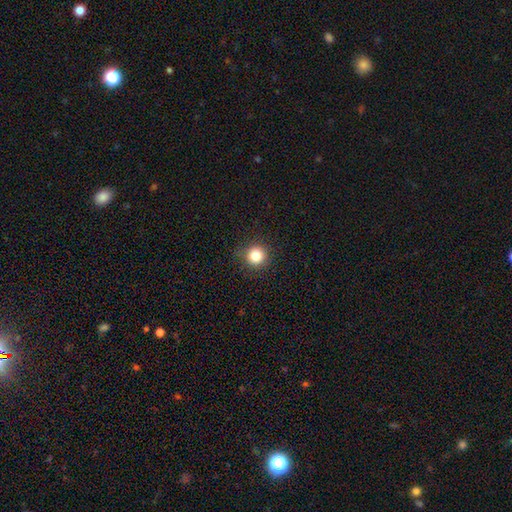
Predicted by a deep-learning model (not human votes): Smooth or featured?
  - smooth: 83% *
  - star or artifact: 12%
  - featured or disk: 5%
How rounded?
  - round: 94% *
  - in between: 5%
  - cigar-shaped: 1%
Merging?
  - none: 89% *
  - minor disturbance: 8%
  - major disturbance: 2%
  - merger: 1%